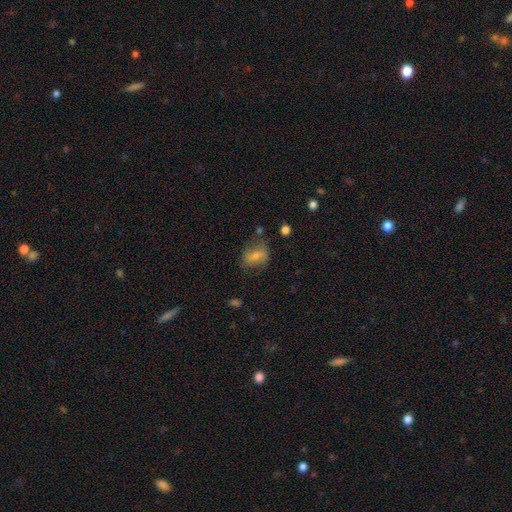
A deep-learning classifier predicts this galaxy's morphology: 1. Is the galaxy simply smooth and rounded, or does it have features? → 54% smooth, 37% featured or disk, 9% star or artifact.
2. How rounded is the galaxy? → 62% in between, 35% round, 2% cigar-shaped.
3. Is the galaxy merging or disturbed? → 59% none, 25% minor disturbance, 13% major disturbance, 3% merger.